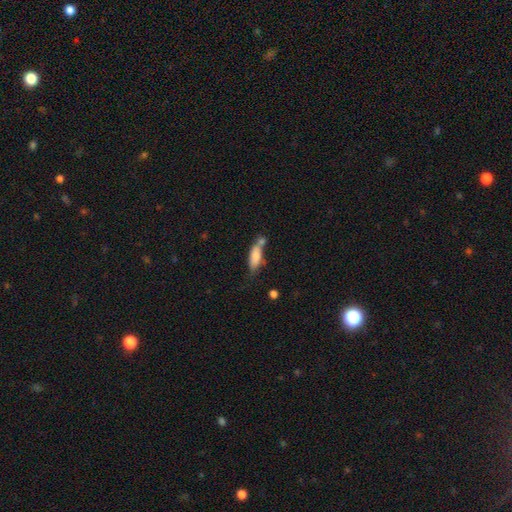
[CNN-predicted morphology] A smooth galaxy with no disk features (76%) that is in between round and cigar-shaped (59%). Merging: none (41%).